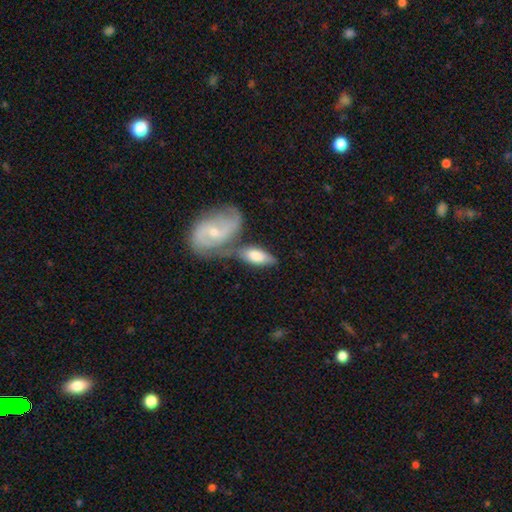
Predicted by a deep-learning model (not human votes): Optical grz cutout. It shows a smooth galaxy with no disk features (59%) that is in between round and cigar-shaped (83%). Merging: merger (45%).